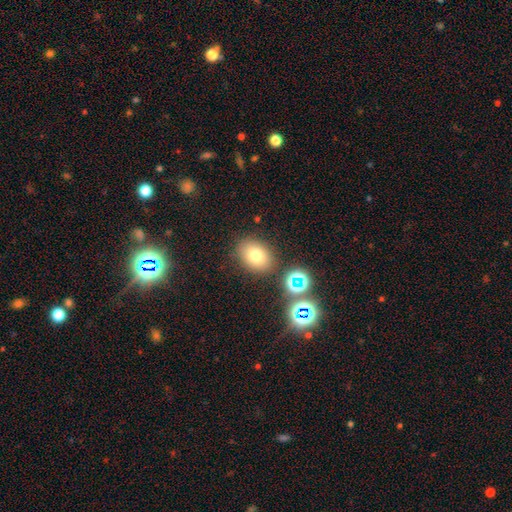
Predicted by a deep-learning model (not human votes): This appears to be a smooth galaxy with no disk features (74%) that is in between round and cigar-shaped (60%). Merging: none (82%).